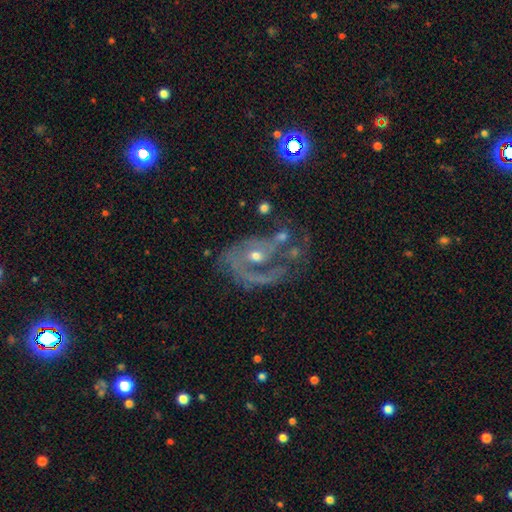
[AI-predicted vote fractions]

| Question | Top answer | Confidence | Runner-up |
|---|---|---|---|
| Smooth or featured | featured or disk | 84% | smooth (9%) |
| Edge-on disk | no | 97% | yes (3%) |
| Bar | no | 64% | weak (29%) |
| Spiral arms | yes | 88% | no (12%) |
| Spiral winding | medium | 44% | tight (30%) |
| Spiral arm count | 2 | 41% | 1 (31%) |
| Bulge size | moderate | 55% | small (40%) |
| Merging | none | 37% | major disturbance (32%) |